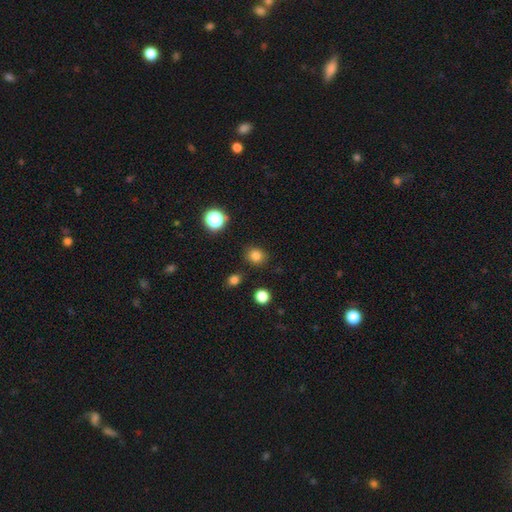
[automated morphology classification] A smooth galaxy with no disk features (81%) that is round (79%).

Vote fractions:
- Smooth or featured? smooth: 81% / star or artifact: 14% / featured or disk: 5%
- How rounded? round: 79% / in between: 20% / cigar-shaped: 1%
- Merging? none: 86% / minor disturbance: 9% / major disturbance: 3% / merger: 3%